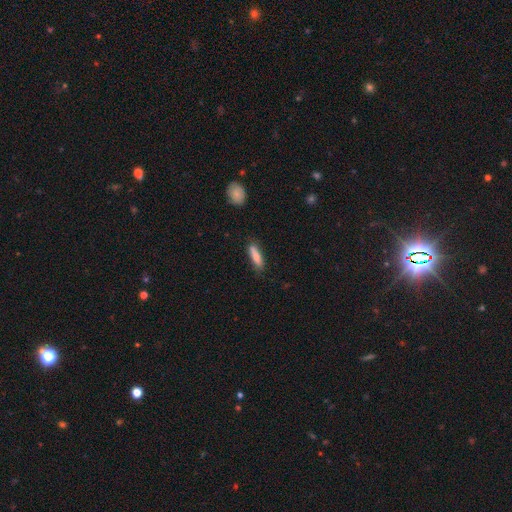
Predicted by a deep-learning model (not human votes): Smooth or featured?
  - smooth: 85% *
  - featured or disk: 9%
  - star or artifact: 6%
How rounded?
  - cigar-shaped: 72% *
  - in between: 26%
  - round: 2%
Merging?
  - none: 80% *
  - minor disturbance: 15%
  - major disturbance: 3%
  - merger: 2%